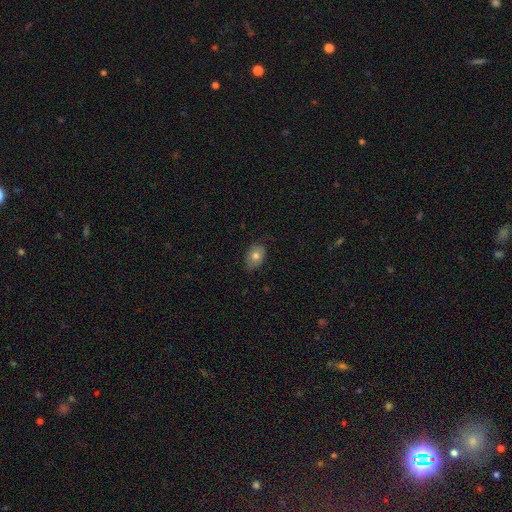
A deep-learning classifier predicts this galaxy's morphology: Smooth or featured?
  - smooth: 76% *
  - featured or disk: 16%
  - star or artifact: 9%
How rounded?
  - in between: 79% *
  - round: 20%
  - cigar-shaped: 1%
Merging?
  - none: 78% *
  - minor disturbance: 18%
  - major disturbance: 3%
  - merger: 1%